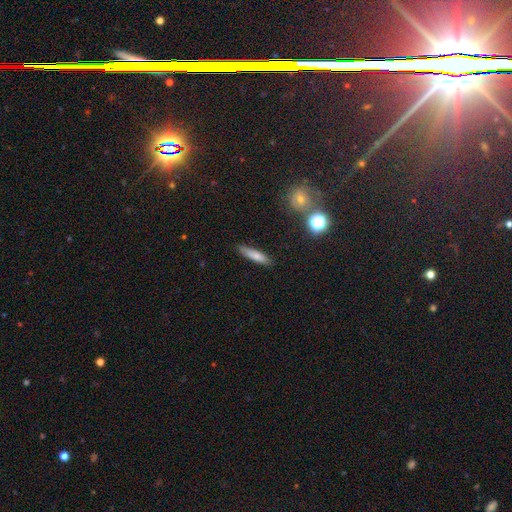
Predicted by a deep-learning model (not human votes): Smooth or featured? Predicted: smooth (p=0.73). How rounded? Predicted: cigar-shaped (p=0.81). Merging? Predicted: none (p=0.84).